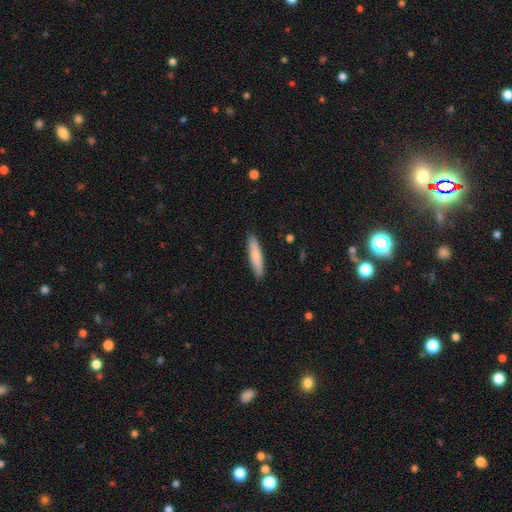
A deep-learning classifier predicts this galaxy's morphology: A smooth galaxy with no disk features (79%) that is cigar-shaped (84%).

Vote fractions:
- Smooth or featured? smooth: 79% / featured or disk: 16% / star or artifact: 5%
- How rounded? cigar-shaped: 84% / in between: 14% / round: 1%
- Merging? none: 89% / minor disturbance: 8% / major disturbance: 2% / merger: 1%